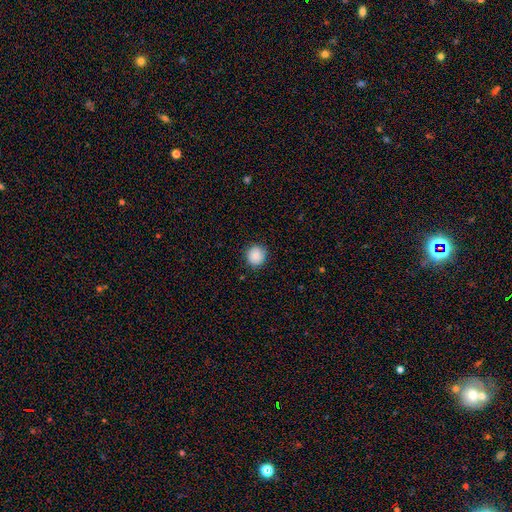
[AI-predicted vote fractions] Smooth or featured? Predicted: smooth (p=0.88). How rounded? Predicted: round (p=0.91). Merging? Predicted: none (p=0.87).